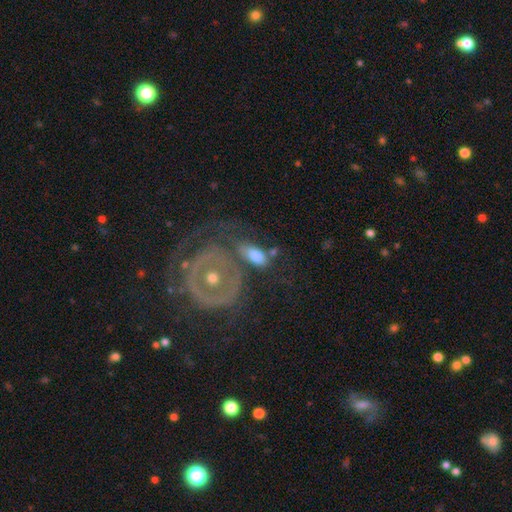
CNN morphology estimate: Q: Smooth or featured?
A: smooth (58%); runner-up: featured or disk (35%)
Q: How rounded?
A: in between (82%); runner-up: round (11%)
Q: Merging?
A: none (47%); runner-up: minor disturbance (20%)